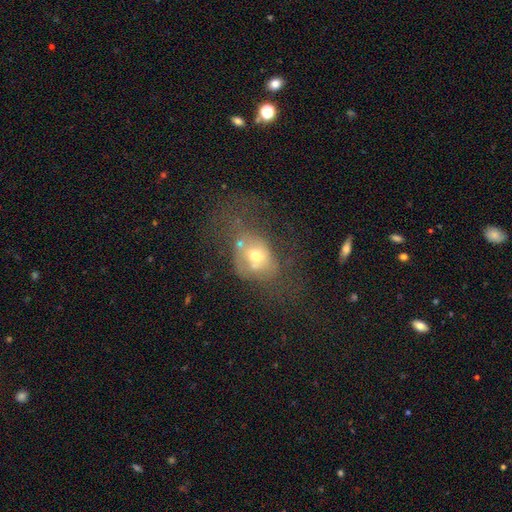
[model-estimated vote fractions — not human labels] Smooth or featured? smooth (48%)
Merging? major disturbance (36%)